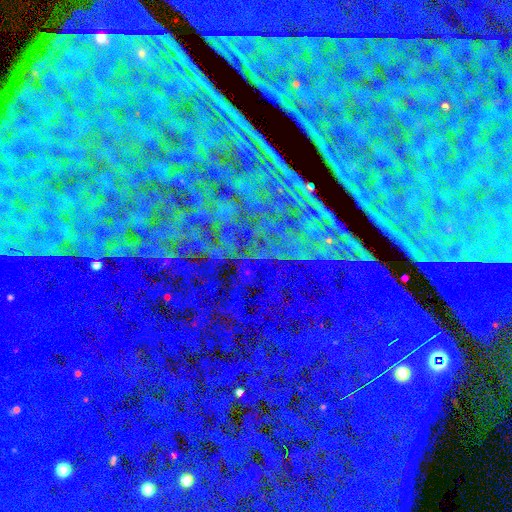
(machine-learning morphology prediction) smooth-or-featured: star or artifact: 86% | smooth: 7% | featured or disk: 7%